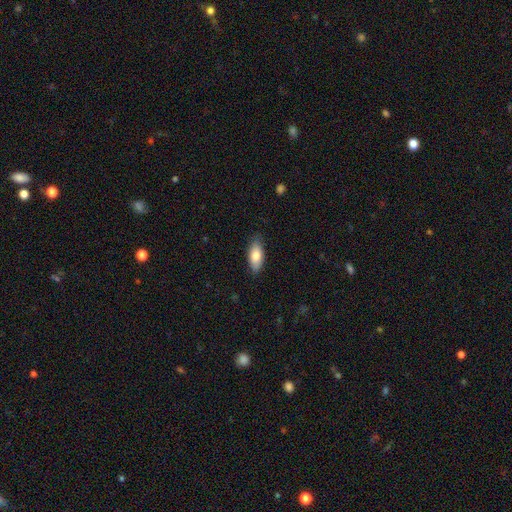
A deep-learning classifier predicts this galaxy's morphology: Smooth or featured? Predicted: smooth (p=0.80). How rounded? Predicted: in between (p=0.85). Merging? Predicted: none (p=0.83).